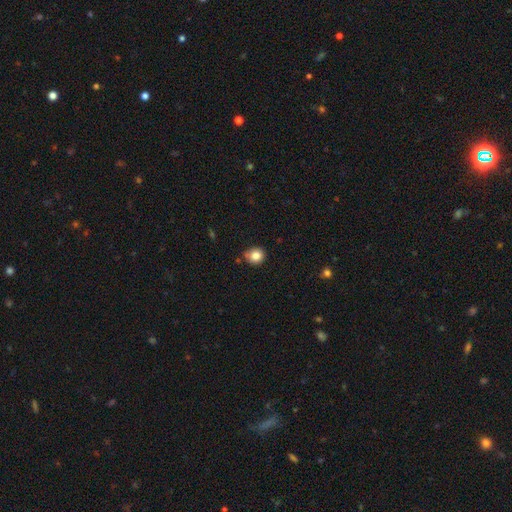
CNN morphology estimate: A smooth galaxy with no disk features (83%) that is round (83%). Merging: none (77%).